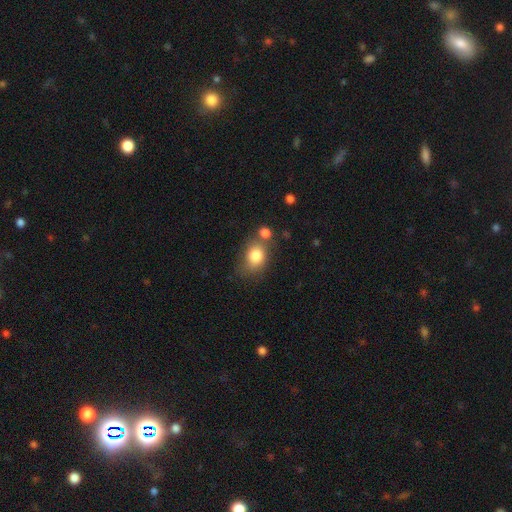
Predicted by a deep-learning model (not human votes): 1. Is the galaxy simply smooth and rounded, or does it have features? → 81% smooth, 10% featured or disk, 10% star or artifact.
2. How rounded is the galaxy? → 58% in between, 40% round, 1% cigar-shaped.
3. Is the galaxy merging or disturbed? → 54% none, 20% merger, 19% minor disturbance, 7% major disturbance.